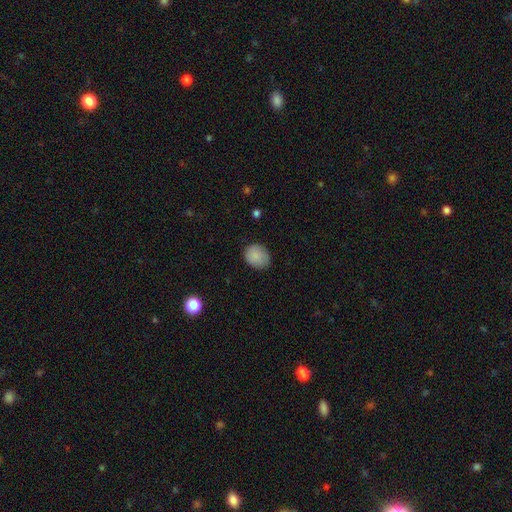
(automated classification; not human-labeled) This is clearly a smooth galaxy (87%). How rounded: likely round (62%). Merging: clearly none (82%).